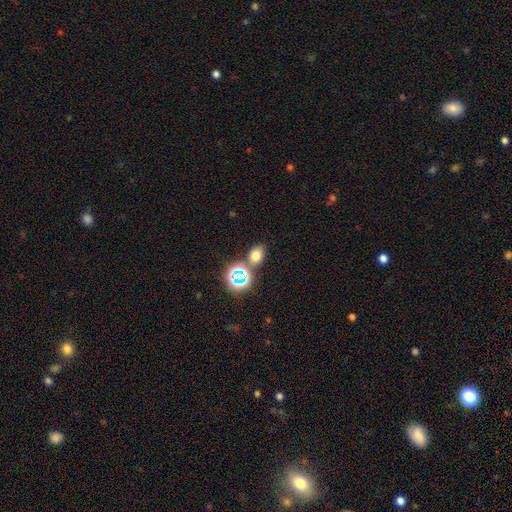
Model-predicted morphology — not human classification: type=smooth (68%); roundness=in between (60%); merging=none (74%).